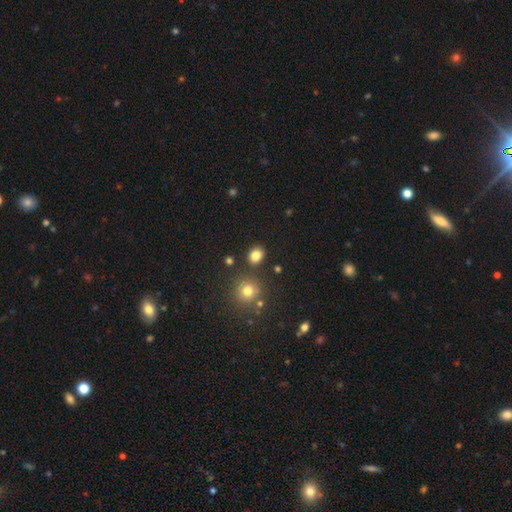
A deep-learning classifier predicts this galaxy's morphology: Smooth or featured?
  - smooth: 82% *
  - star or artifact: 13%
  - featured or disk: 5%
How rounded?
  - round: 57% *
  - in between: 42%
  - cigar-shaped: 1%
Merging?
  - none: 84% *
  - minor disturbance: 9%
  - merger: 5%
  - major disturbance: 3%